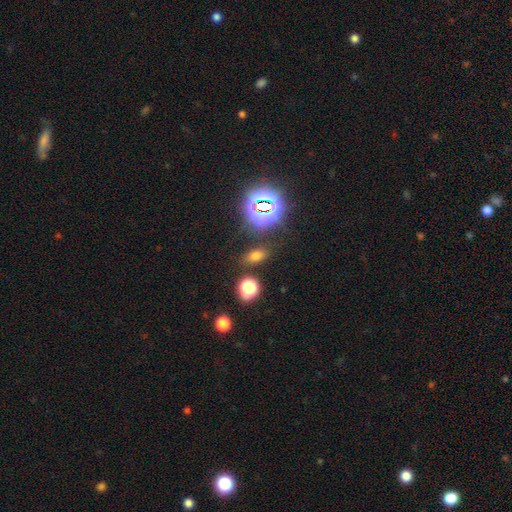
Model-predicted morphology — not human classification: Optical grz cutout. It shows a smooth galaxy with no disk features (64%) that is in between round and cigar-shaped (80%). Merging: none (82%).